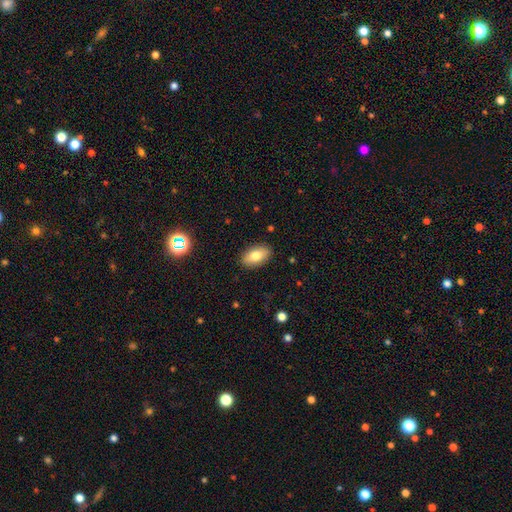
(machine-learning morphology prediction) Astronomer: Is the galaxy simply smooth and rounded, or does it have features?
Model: smooth — 78%.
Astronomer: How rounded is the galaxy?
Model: in between — 92%.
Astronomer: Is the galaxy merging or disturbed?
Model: none — 88%.